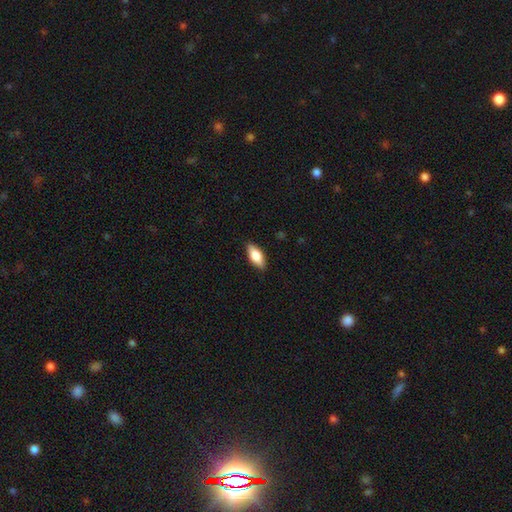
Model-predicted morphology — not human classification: type=smooth (75%); roundness=in between (83%); merging=none (87%).